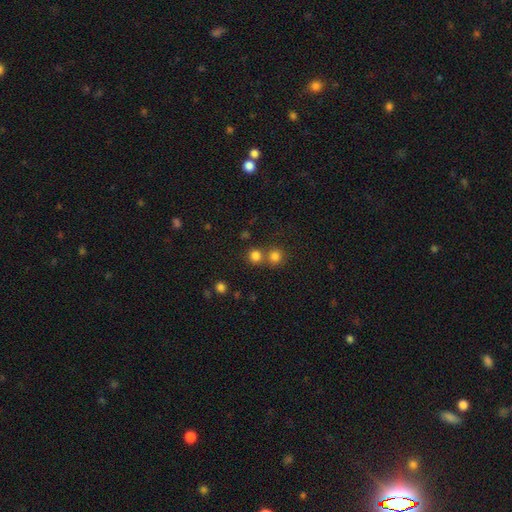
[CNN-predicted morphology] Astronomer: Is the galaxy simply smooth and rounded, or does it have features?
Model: smooth — 79%.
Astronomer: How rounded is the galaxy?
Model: round — 89%.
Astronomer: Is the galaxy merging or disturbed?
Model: none — 60%.